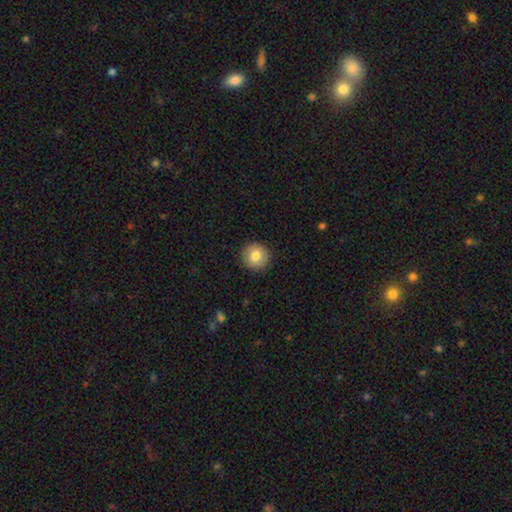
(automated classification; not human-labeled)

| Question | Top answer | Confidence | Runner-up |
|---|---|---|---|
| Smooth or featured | smooth | 82% | featured or disk (10%) |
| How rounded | round | 94% | in between (5%) |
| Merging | none | 91% | minor disturbance (6%) |